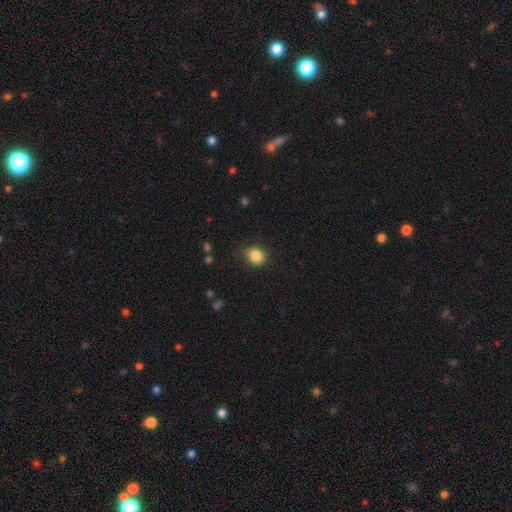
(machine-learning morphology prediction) smooth 86%, star or artifact 10%, featured or disk 4%. Down the decision tree: how rounded — round (66%); merging — none (80%).